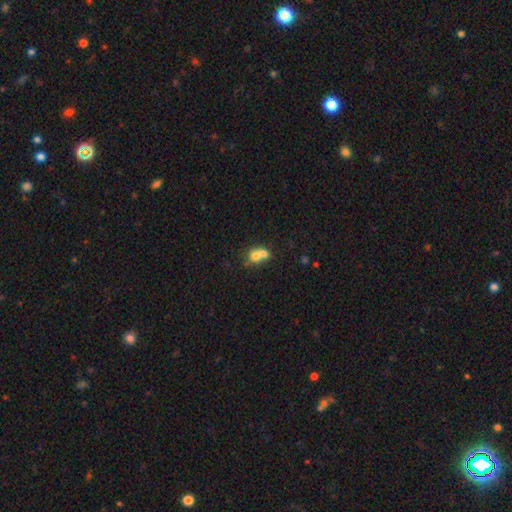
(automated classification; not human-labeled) This appears to be a smooth galaxy with no disk features (69%) that is round (70%). Merging: merger (68%).